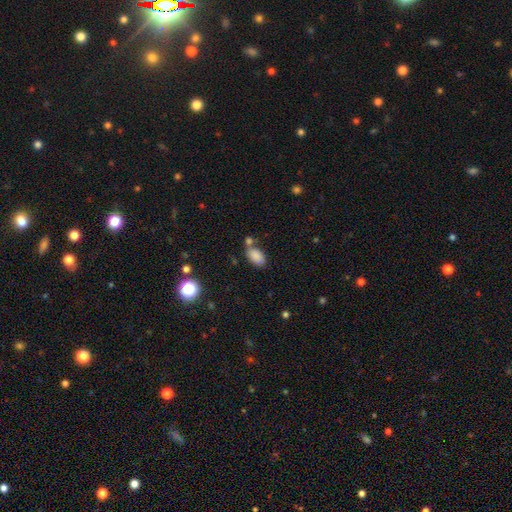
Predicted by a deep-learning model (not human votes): Smooth or featured? smooth (81%)
How rounded? in between (90%)
Merging? none (52%)